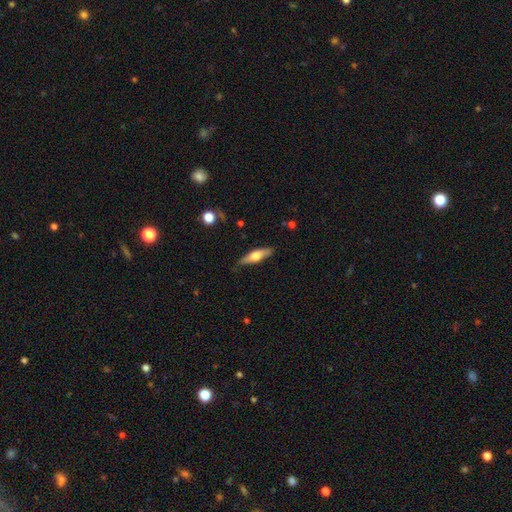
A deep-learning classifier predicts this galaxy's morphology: Smooth or featured?
  - smooth: 49% *
  - featured or disk: 45%
  - star or artifact: 6%
Merging?
  - none: 82% *
  - minor disturbance: 14%
  - major disturbance: 3%
  - merger: 1%